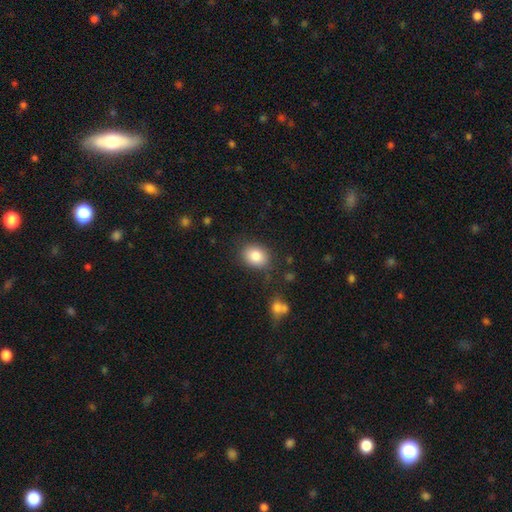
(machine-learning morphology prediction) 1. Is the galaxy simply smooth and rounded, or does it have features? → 84% smooth, 9% star or artifact, 7% featured or disk.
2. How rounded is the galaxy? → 59% in between, 41% round, 1% cigar-shaped.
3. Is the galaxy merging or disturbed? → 82% none, 12% minor disturbance, 4% major disturbance, 2% merger.